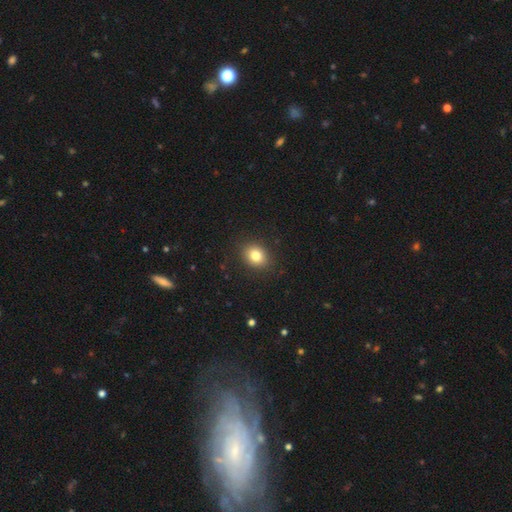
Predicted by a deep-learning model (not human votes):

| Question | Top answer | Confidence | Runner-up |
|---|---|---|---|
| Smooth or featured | smooth | 82% | star or artifact (11%) |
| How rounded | round | 51% | in between (48%) |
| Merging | none | 89% | minor disturbance (8%) |